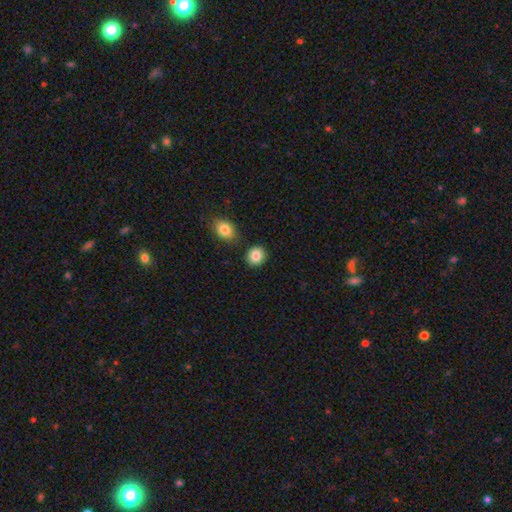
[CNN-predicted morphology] The model was most divided on "how rounded": round: 79%, in between: 20%, cigar-shaped: 1%. More confident: smooth or featured — smooth (86%); merging — none (85%).